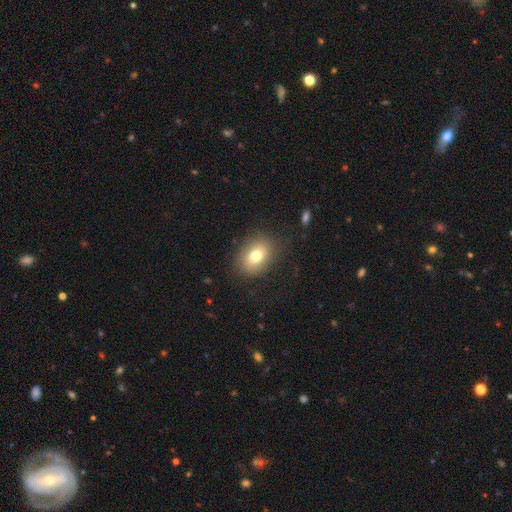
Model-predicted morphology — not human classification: Smooth or featured? Predicted: smooth (p=0.75). How rounded? Predicted: in between (p=0.68). Merging? Predicted: none (p=0.82).